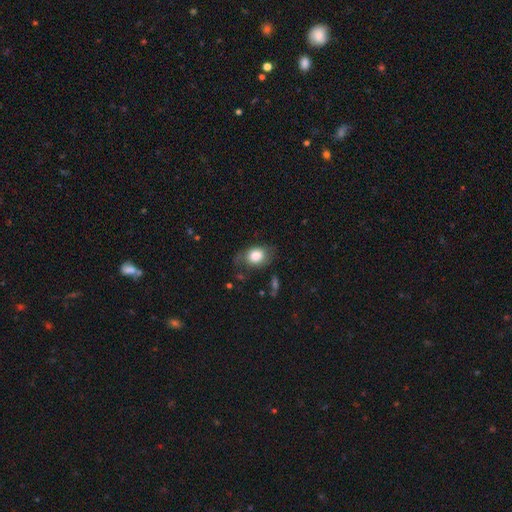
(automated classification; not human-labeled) smooth_or_featured: smooth (p=0.79) [alt: featured or disk p=0.14]
how_rounded: in between (p=0.64) [alt: round p=0.35]
merging: none (p=0.59) [alt: minor disturbance p=0.27]